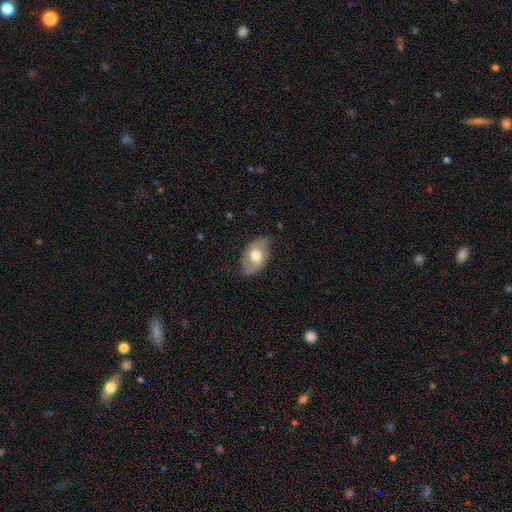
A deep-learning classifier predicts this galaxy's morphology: Smooth or featured? smooth (49%)
Merging? none (64%)